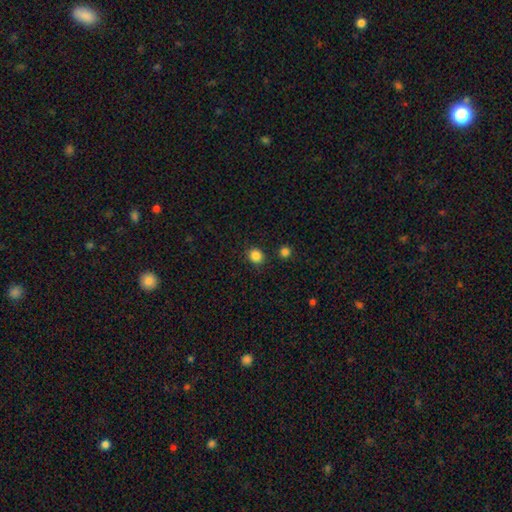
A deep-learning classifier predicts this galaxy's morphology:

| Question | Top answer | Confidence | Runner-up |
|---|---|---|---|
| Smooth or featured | smooth | 85% | star or artifact (11%) |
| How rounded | round | 76% | in between (23%) |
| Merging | none | 85% | minor disturbance (8%) |